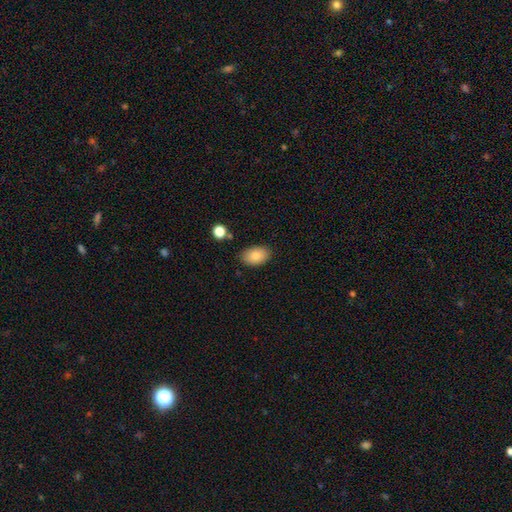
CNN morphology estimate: smooth 83%, featured or disk 9%, star or artifact 8%. Down the decision tree: how rounded — in between (89%); merging — none (84%).